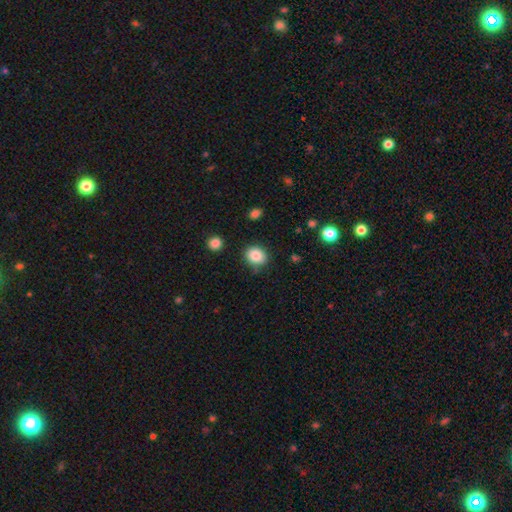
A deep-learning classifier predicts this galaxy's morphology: The model was most divided on "how rounded": round: 58%, in between: 41%, cigar-shaped: 1%. More confident: smooth or featured — smooth (86%); merging — none (80%).